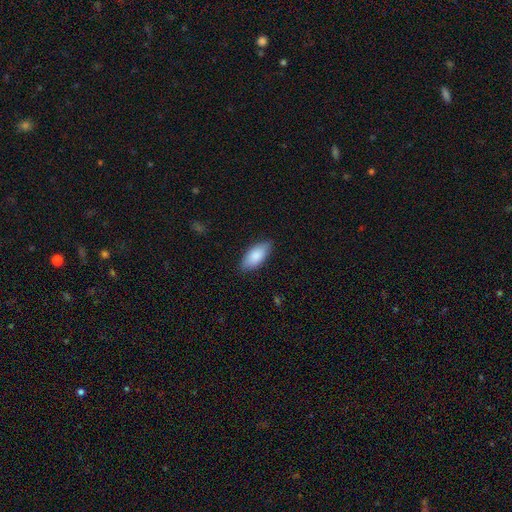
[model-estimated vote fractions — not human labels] This is clearly a smooth galaxy (85%). How rounded: clearly in between (89%). Merging: clearly none (85%).